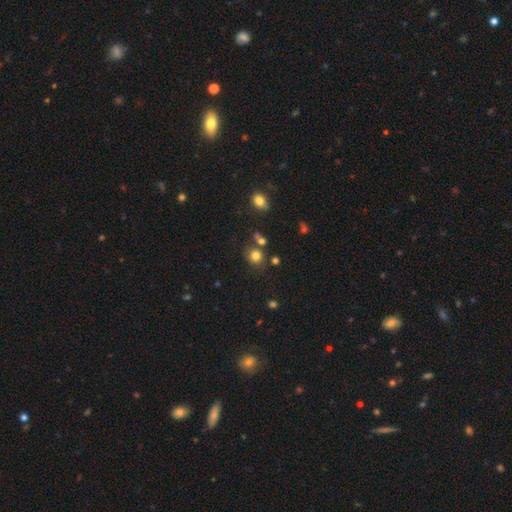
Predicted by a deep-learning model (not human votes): smooth_or_featured: smooth (p=0.78) [alt: star or artifact p=0.15]
how_rounded: round (p=0.84) [alt: in between p=0.15]
merging: none (p=0.73) [alt: merger p=0.13]